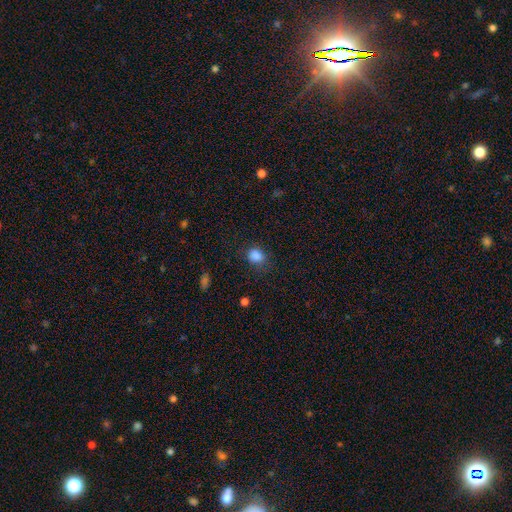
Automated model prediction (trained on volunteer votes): A smooth galaxy with no disk features (85%) that is round (56%). Merging: none (73%).